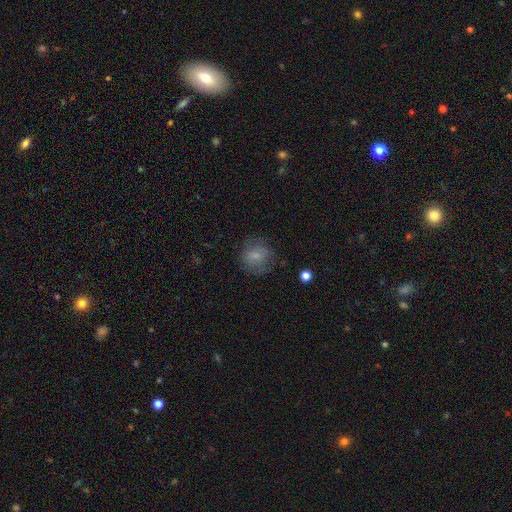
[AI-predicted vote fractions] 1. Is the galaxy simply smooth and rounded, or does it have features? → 76% smooth, 14% featured or disk, 10% star or artifact.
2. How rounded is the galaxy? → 78% round, 21% in between, 1% cigar-shaped.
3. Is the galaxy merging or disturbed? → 70% none, 19% minor disturbance, 10% major disturbance, 1% merger.